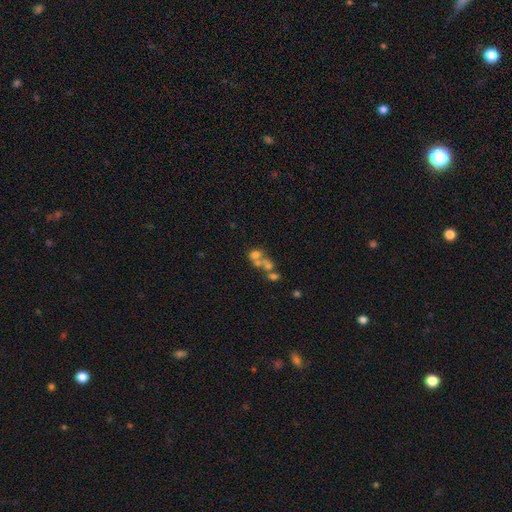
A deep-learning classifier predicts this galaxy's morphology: smooth 52%, featured or disk 30%, star or artifact 18%. Down the decision tree: how rounded — round (67%); merging — merger (55%).